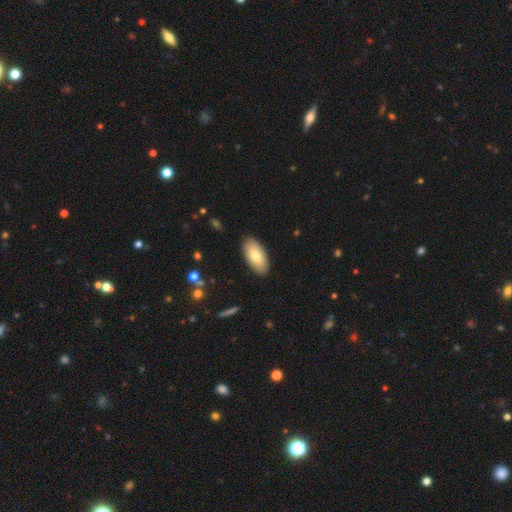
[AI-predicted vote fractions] The model was most divided on "smooth or featured": smooth: 79%, featured or disk: 16%, star or artifact: 6%. More confident: how rounded — in between (94%); merging — none (88%).